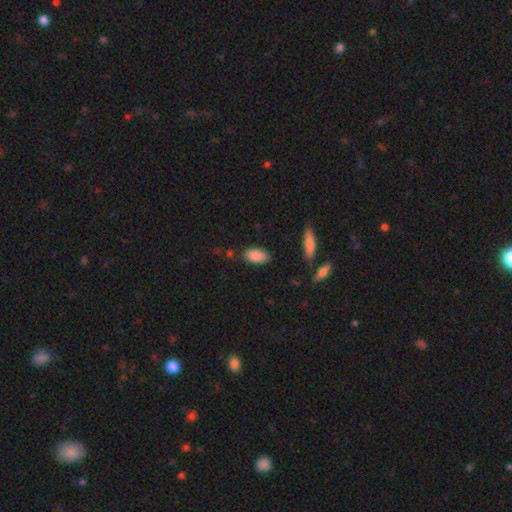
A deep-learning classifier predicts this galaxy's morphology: Overall: smooth (88%). How rounded: in between (92%). Merging: none (83%).